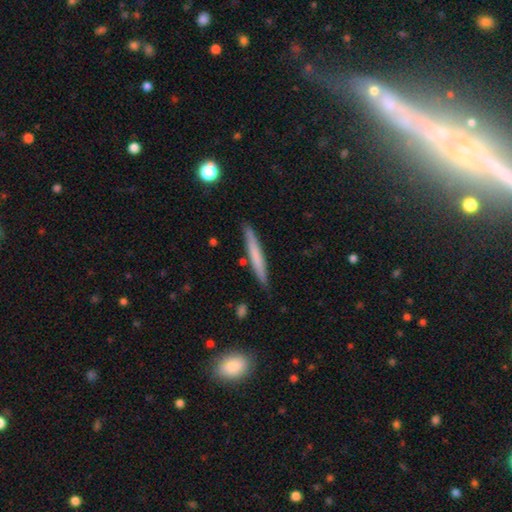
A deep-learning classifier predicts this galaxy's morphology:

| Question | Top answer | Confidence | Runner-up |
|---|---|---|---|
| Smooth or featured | smooth | 63% | featured or disk (31%) |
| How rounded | cigar-shaped | 96% | in between (3%) |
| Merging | none | 87% | minor disturbance (9%) |